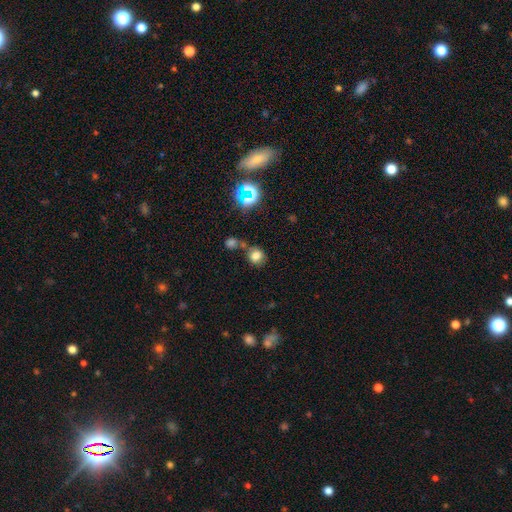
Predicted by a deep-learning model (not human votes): smooth-or-featured: smooth: 72% | star or artifact: 19% | featured or disk: 9%
  how-rounded: round: 77% | in between: 22% | cigar-shaped: 1%
  merging: none: 59% | merger: 21% | minor disturbance: 14% | major disturbance: 6%